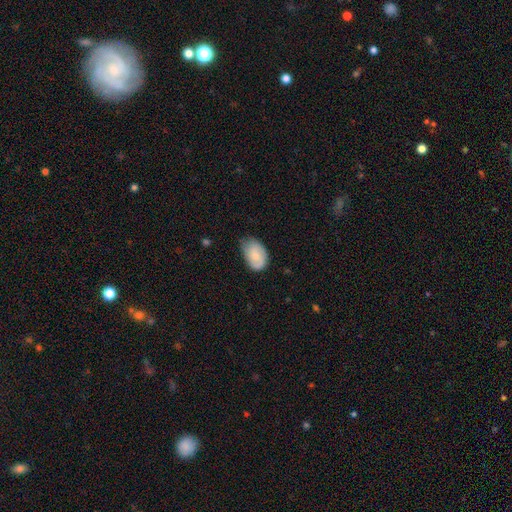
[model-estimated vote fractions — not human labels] Q: Smooth or featured?
A: smooth (73%); runner-up: featured or disk (21%)
Q: How rounded?
A: in between (88%); runner-up: round (11%)
Q: Merging?
A: none (49%); runner-up: minor disturbance (41%)